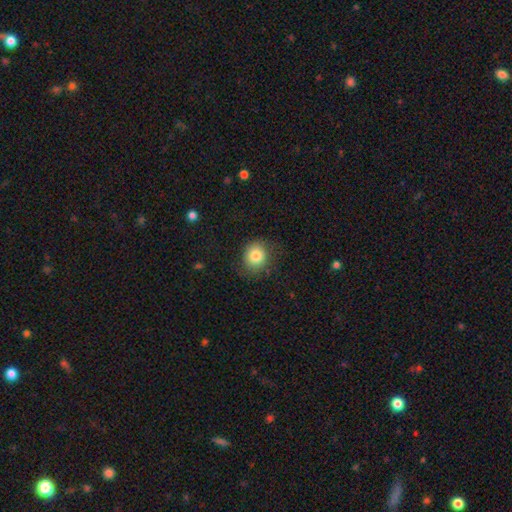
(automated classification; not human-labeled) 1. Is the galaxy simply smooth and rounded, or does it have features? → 82% smooth, 9% featured or disk, 9% star or artifact.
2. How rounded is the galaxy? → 79% round, 20% in between, 1% cigar-shaped.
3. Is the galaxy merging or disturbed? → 76% none, 17% minor disturbance, 6% major disturbance, 1% merger.